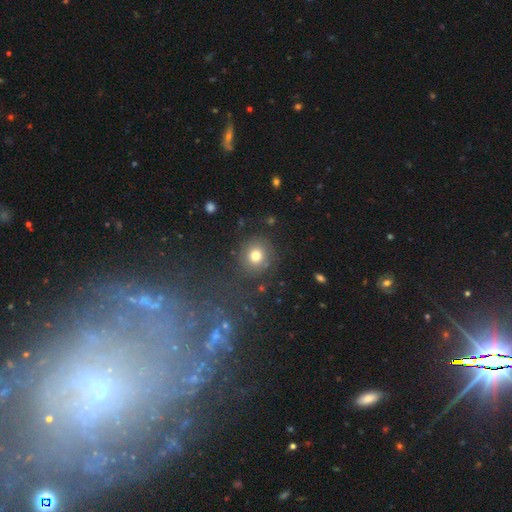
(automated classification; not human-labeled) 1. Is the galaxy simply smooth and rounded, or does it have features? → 74% smooth, 15% star or artifact, 11% featured or disk.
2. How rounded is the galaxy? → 88% round, 11% in between, 1% cigar-shaped.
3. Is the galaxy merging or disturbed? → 83% none, 9% minor disturbance, 5% major disturbance, 3% merger.